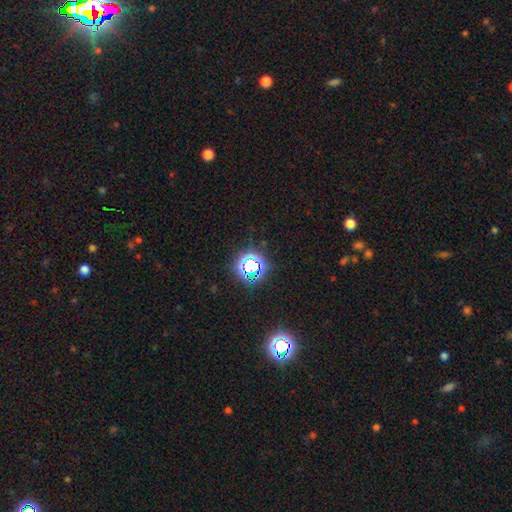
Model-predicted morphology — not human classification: type=star or artifact (78%).